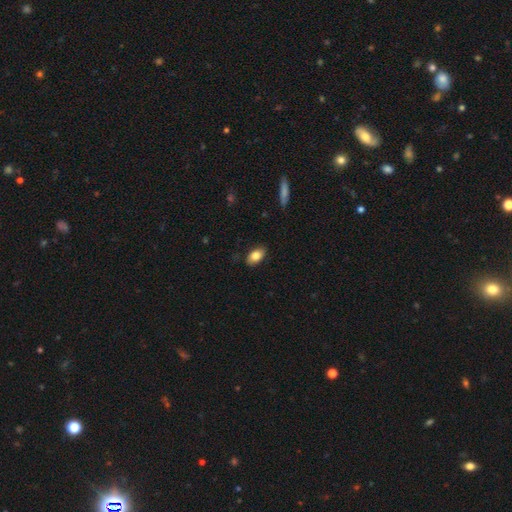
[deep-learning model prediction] This appears to be a smooth galaxy with no disk features (84%) that is in between round and cigar-shaped (92%). Merging: none (85%).